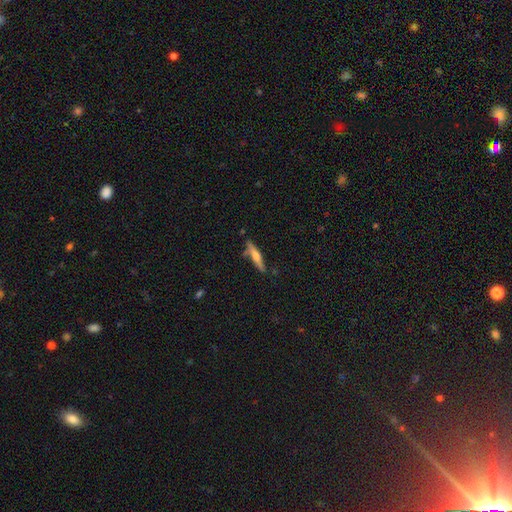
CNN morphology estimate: Smooth or featured? featured or disk (52%)
Edge-on disk? yes (94%)
Merging? none (74%)